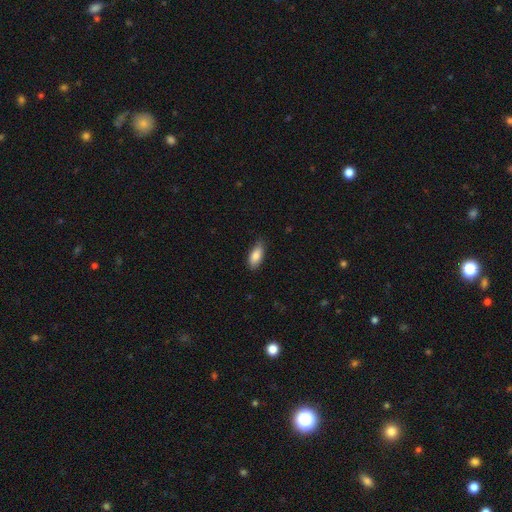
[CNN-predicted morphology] smooth-or-featured: smooth: 83% | featured or disk: 10% | star or artifact: 6%
  how-rounded: in between: 84% | cigar-shaped: 13% | round: 2%
  merging: none: 77% | minor disturbance: 19% | major disturbance: 3% | merger: 1%